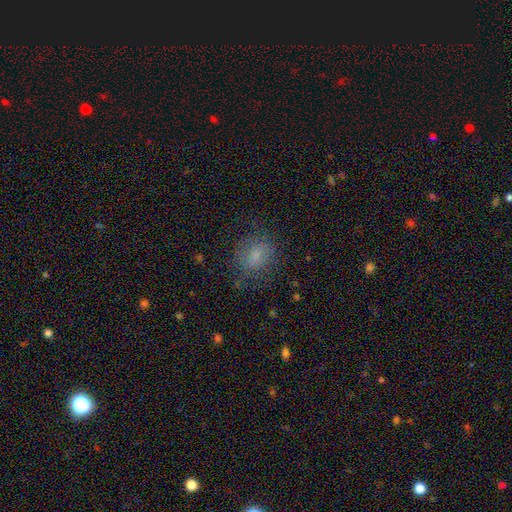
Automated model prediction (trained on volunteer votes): Overall: smooth (73%). How rounded: round (56%; in between 43%). Merging: none (71%).